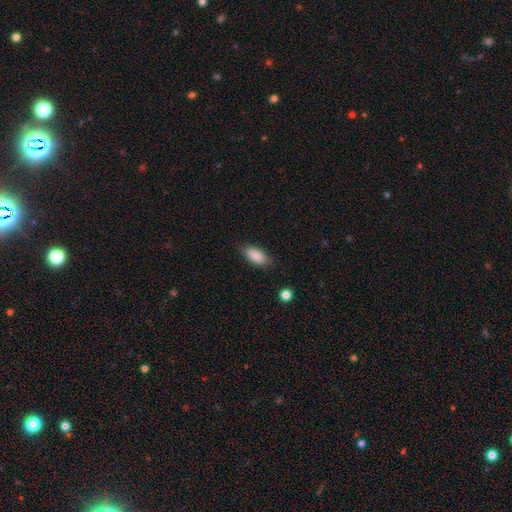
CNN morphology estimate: type=smooth (88%); roundness=in between (87%); merging=none (83%).